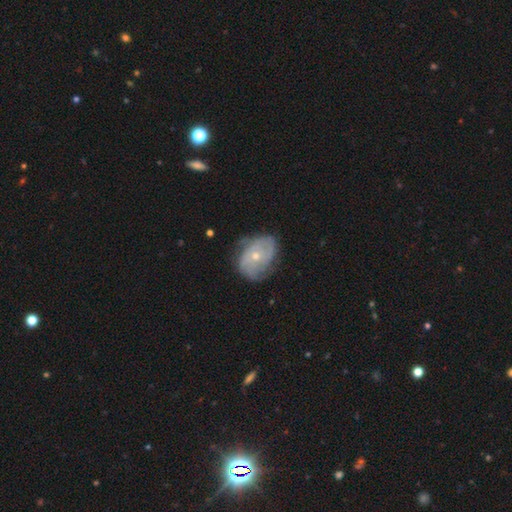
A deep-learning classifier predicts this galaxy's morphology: featured or disk 74%, smooth 20%, star or artifact 6%. Down the decision tree: edge-on disk — no (97%); bar — no (78%); spiral arms — yes (86%); spiral arm count — 2 (36%); spiral winding — tight (50%); bulge size — small (57%); merging — none (63%).